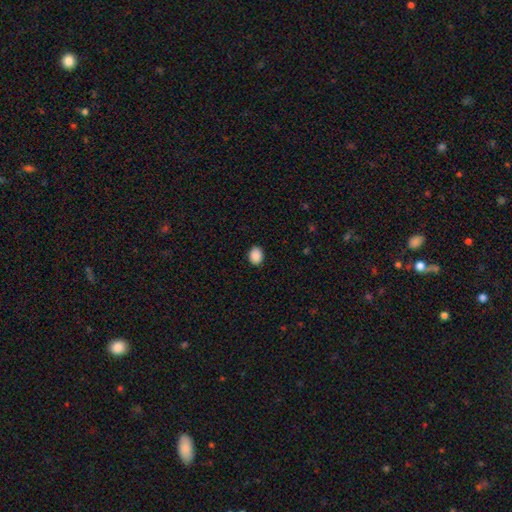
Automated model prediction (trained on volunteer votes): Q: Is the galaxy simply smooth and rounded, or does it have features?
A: smooth — 90%.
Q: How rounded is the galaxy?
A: in between — 56%.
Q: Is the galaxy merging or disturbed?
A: none — 89%.